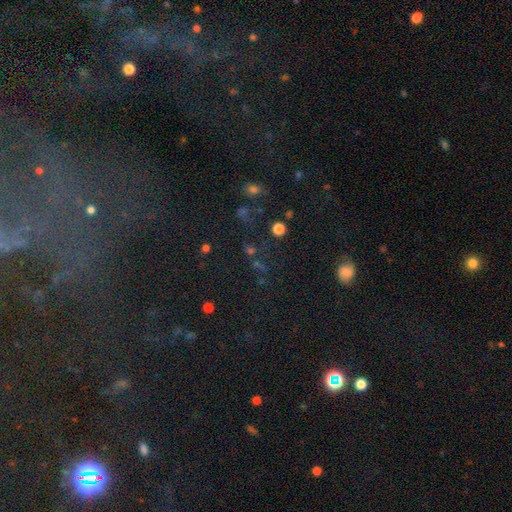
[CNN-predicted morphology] The model was most divided on "smooth or featured": star or artifact: 68%, smooth: 19%, featured or disk: 13%.